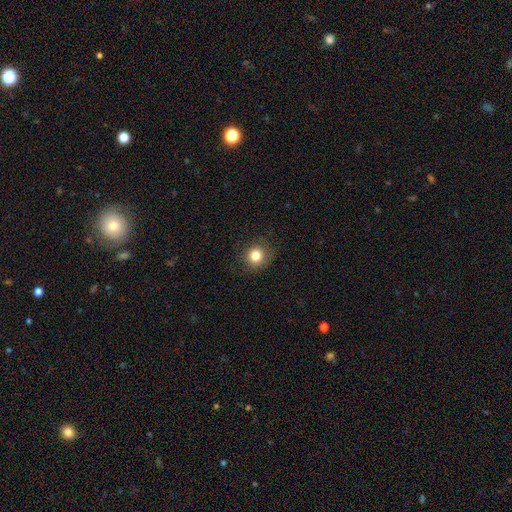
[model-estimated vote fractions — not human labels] Smooth or featured? smooth (81%)
How rounded? round (88%)
Merging? none (86%)